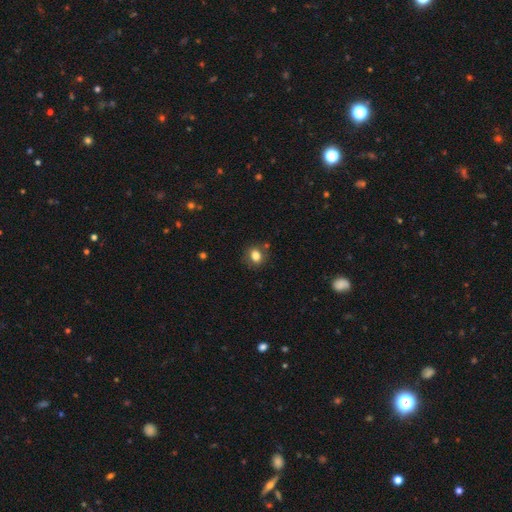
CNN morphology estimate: Q: Smooth or featured?
A: smooth (81%); runner-up: star or artifact (11%)
Q: How rounded?
A: round (60%); runner-up: in between (39%)
Q: Merging?
A: none (80%); runner-up: minor disturbance (12%)